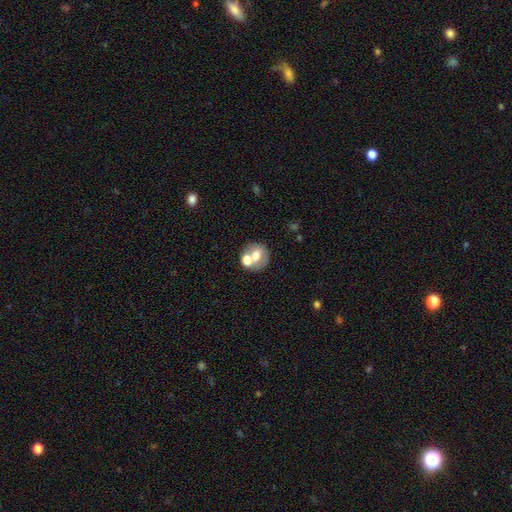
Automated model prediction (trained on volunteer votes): This appears to be a smooth galaxy with no disk features (59%) that is round (76%). Merging: none (48%).